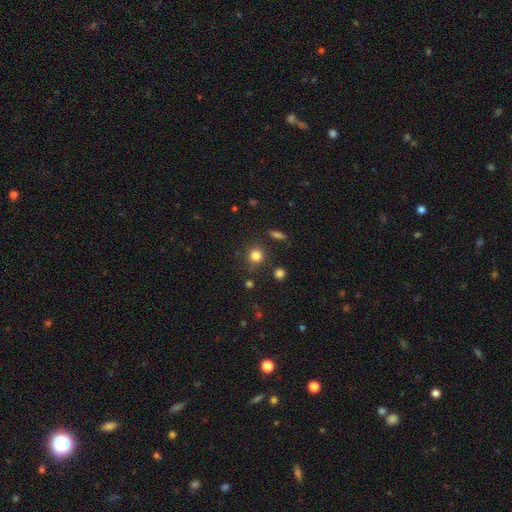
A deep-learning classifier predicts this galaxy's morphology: A smooth galaxy with no disk features (81%) that is round (87%). Merging: none (82%).